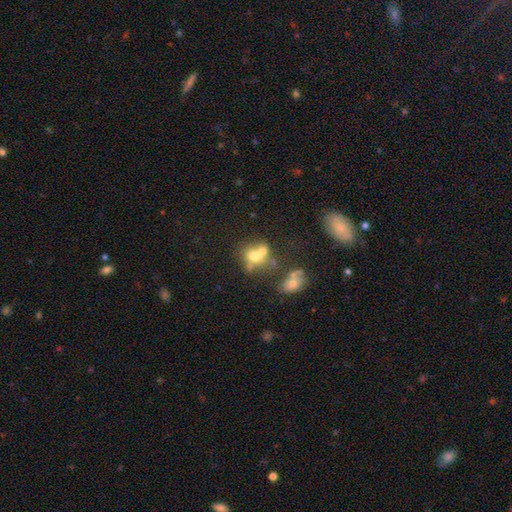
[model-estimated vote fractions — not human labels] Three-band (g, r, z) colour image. It shows a smooth galaxy with no disk features (61%) that is round (64%). Merging: merger (54%).